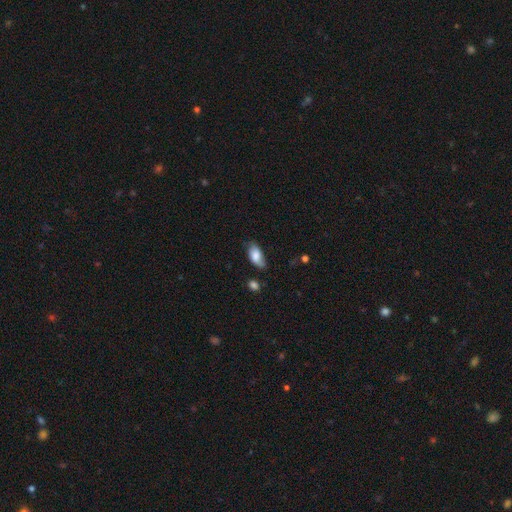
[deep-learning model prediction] Smooth or featured?
  - smooth: 75% *
  - featured or disk: 18%
  - star or artifact: 7%
How rounded?
  - in between: 92% *
  - round: 4%
  - cigar-shaped: 4%
Merging?
  - none: 59% *
  - minor disturbance: 31%
  - major disturbance: 7%
  - merger: 3%